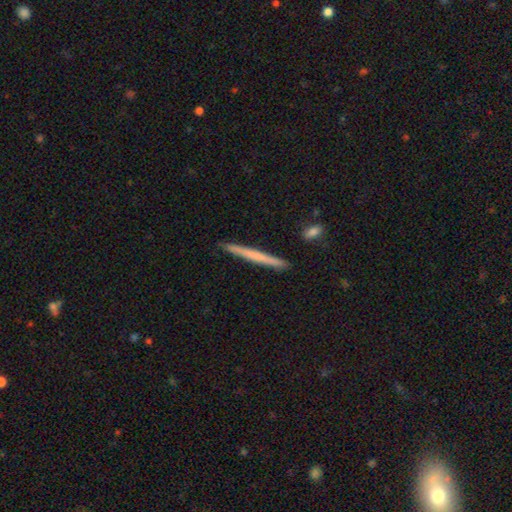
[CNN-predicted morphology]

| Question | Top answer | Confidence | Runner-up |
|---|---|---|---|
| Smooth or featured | smooth | 55% | featured or disk (39%) |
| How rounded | cigar-shaped | 97% | in between (2%) |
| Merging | none | 91% | minor disturbance (7%) |